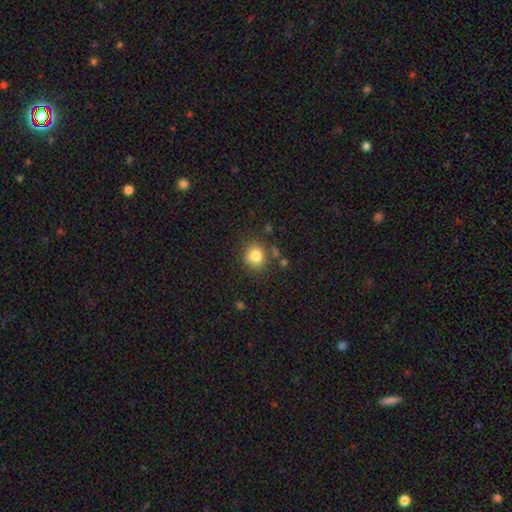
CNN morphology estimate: This appears to be a smooth galaxy with no disk features (82%) that is round (85%). Merging: none (77%).